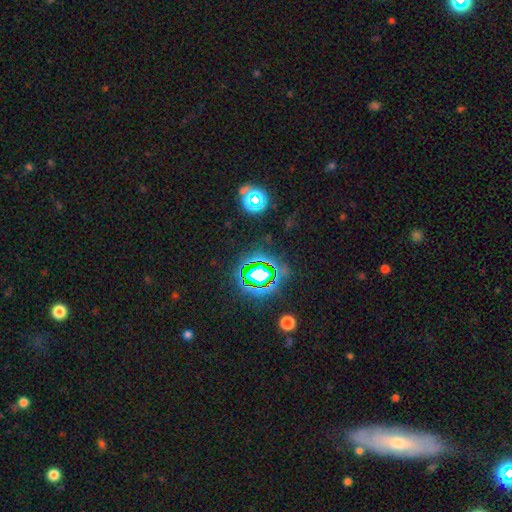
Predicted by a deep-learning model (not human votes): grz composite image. It shows a star or artifact, not a galaxy (76%).